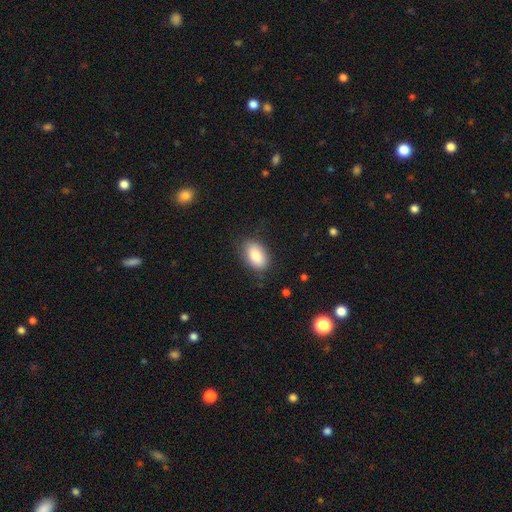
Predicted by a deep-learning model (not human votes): smooth-or-featured: smooth: 85% | featured or disk: 8% | star or artifact: 7%
  how-rounded: in between: 92% | round: 6% | cigar-shaped: 2%
  merging: none: 81% | minor disturbance: 15% | major disturbance: 4% | merger: 1%